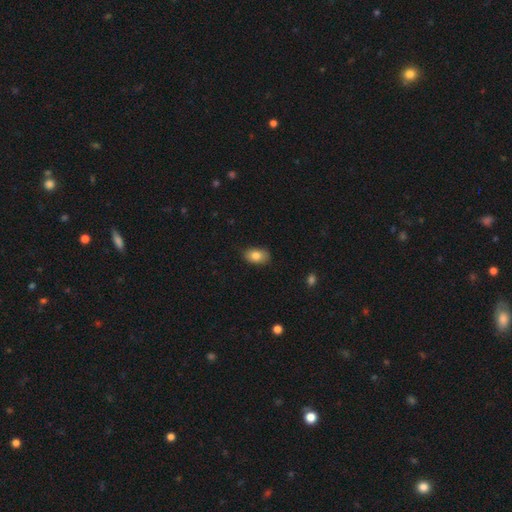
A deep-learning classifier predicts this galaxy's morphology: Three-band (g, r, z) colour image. It shows a smooth galaxy with no disk features (81%) that is in between round and cigar-shaped (86%). Merging: none (85%).